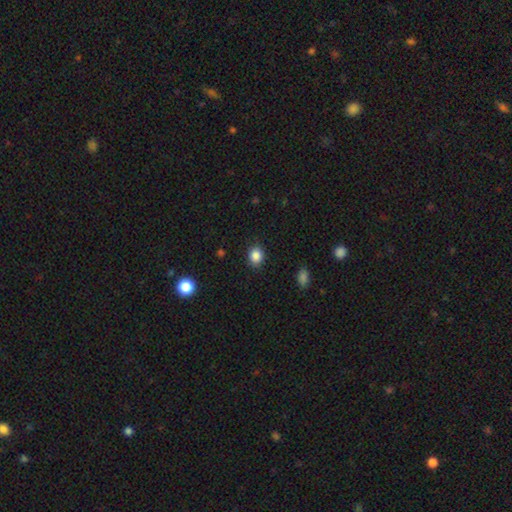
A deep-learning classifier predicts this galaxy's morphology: Smooth or featured? Predicted: smooth (p=0.86). How rounded? Predicted: round (p=0.60). Merging? Predicted: none (p=0.87).